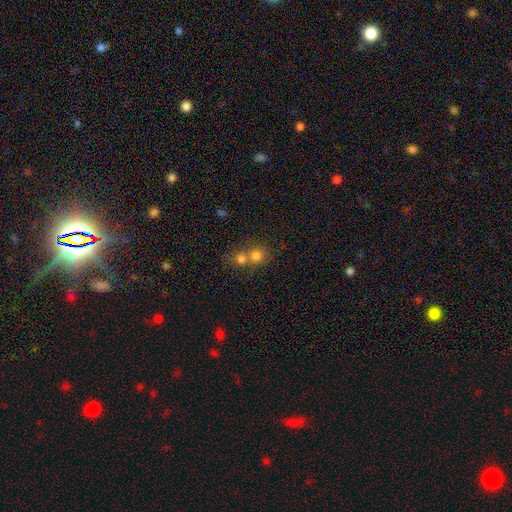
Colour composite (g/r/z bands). It shows a smooth galaxy with no disk features (78%) that is round (86%). Merging: merger (62%).